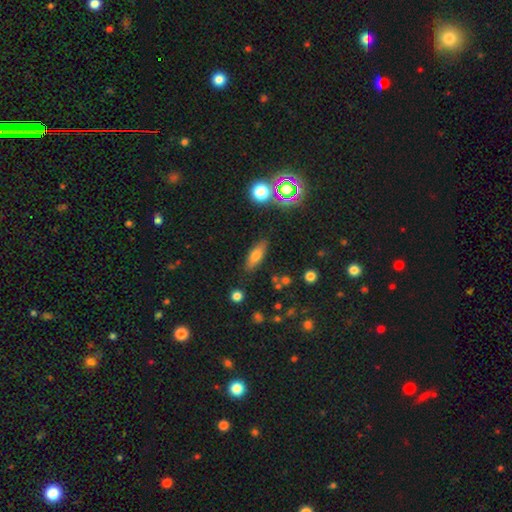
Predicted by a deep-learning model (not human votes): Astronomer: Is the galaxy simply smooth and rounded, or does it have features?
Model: smooth — 67%.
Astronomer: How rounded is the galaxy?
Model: in between — 59% (runner-up: cigar-shaped, 36%).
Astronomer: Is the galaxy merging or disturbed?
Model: none — 83%.